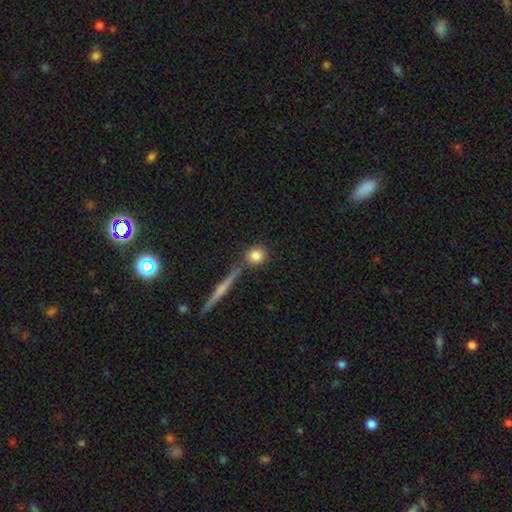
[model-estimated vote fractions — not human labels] smooth-or-featured: smooth: 82% | featured or disk: 10% | star or artifact: 9%
  how-rounded: round: 84% | in between: 11% | cigar-shaped: 4%
  merging: none: 75% | merger: 12% | minor disturbance: 10% | major disturbance: 3%